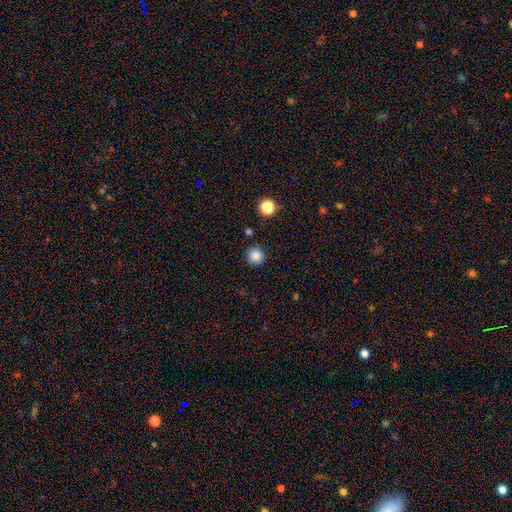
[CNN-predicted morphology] The model was most divided on "smooth or featured": smooth: 85%, star or artifact: 11%, featured or disk: 4%. More confident: how rounded — round (93%); merging — none (89%).